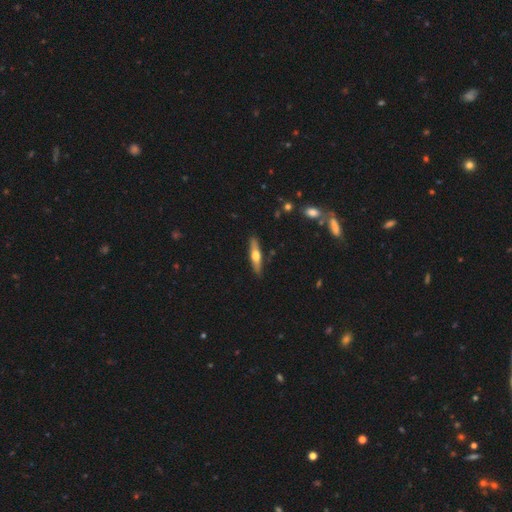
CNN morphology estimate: A featured or disk galaxy (50%) viewed edge-on (91%). Merging: none (89%).